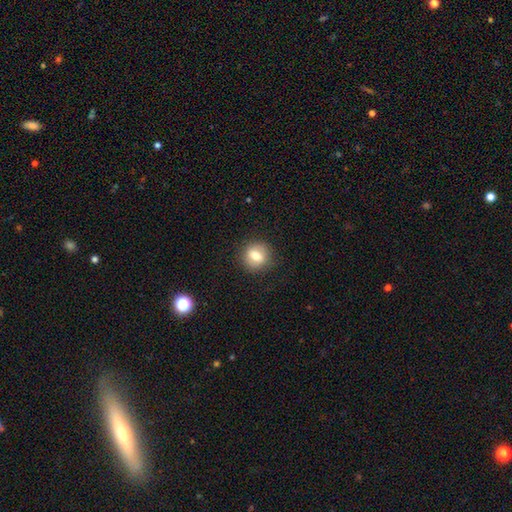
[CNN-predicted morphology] smooth 71%, featured or disk 19%, star or artifact 9%. Down the decision tree: how rounded — round (81%); merging — none (87%).